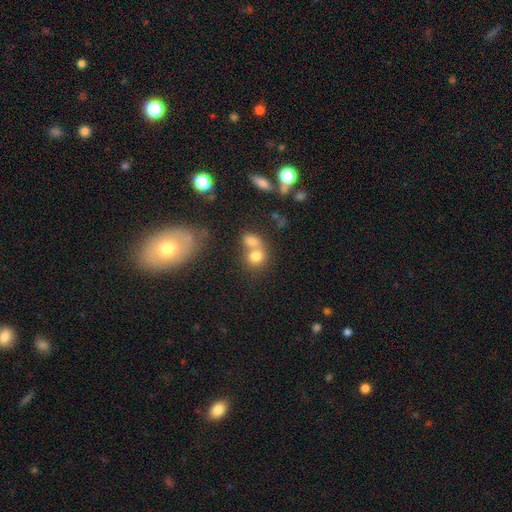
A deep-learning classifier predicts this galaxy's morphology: type=smooth (75%); roundness=round (68%); merging=merger (54%).